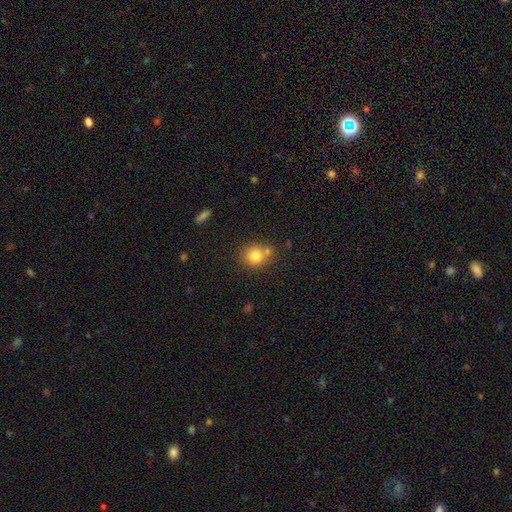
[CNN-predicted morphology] Smooth or featured: smooth — 79% (star or artifact — 11%)
How rounded: round — 82% (in between — 17%)
Merging: none — 63% (merger — 21%)